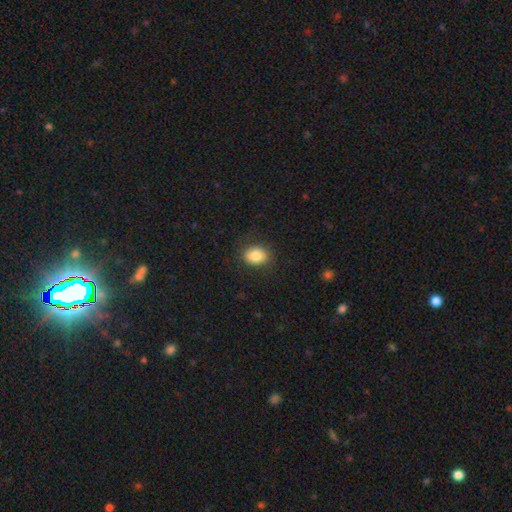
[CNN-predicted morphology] The model was most divided on "how rounded": in between: 55%, round: 44%, cigar-shaped: 1%. More confident: smooth or featured — smooth (84%); merging — none (83%).